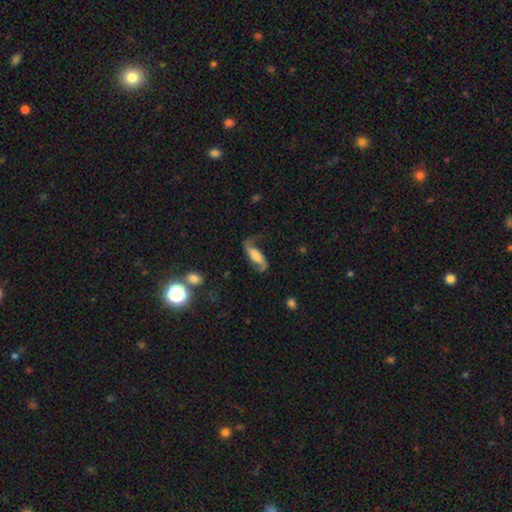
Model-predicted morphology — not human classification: smooth_or_featured: featured or disk (p=0.76) [alt: smooth p=0.18]
disk_edge_on: no (p=0.89) [alt: yes p=0.11]
bar: no (p=0.41) [alt: weak p=0.34]
has_spiral_arms: yes (p=0.94) [alt: no p=0.06]
spiral_winding: loose (p=0.71) [alt: medium p=0.22]
spiral_arm_count: 2 (p=0.91) [alt: 1 p=0.03]
bulge_size: moderate (p=0.29) [tied with: large p=0.29]
merging: none (p=0.68) [alt: minor disturbance p=0.18]